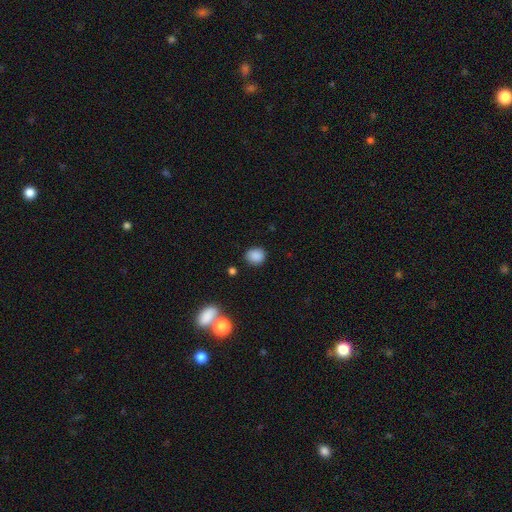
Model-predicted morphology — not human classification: A smooth galaxy with no disk features (86%) that is round (72%). Merging: none (84%).